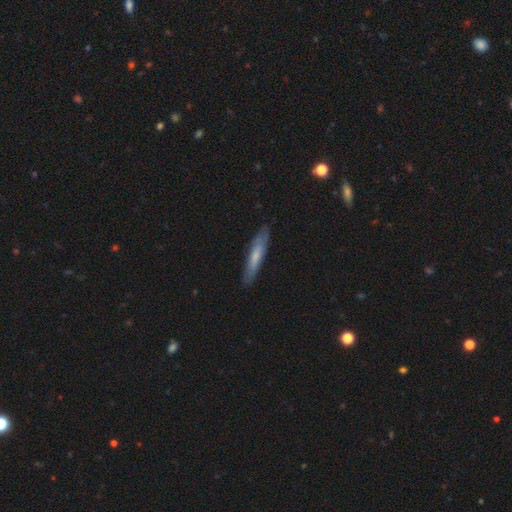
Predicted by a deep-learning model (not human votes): Morphology: type=smooth (60%); roundness=cigar-shaped (89%); merging=none (85%).